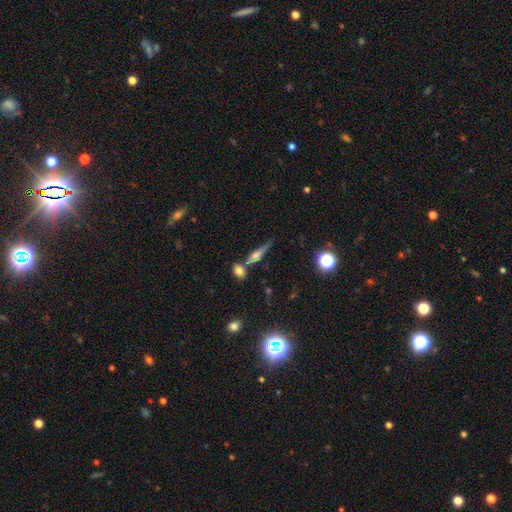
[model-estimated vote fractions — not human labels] smooth 45%, featured or disk 43%, star or artifact 12%. Down the decision tree: merging — none (54%).